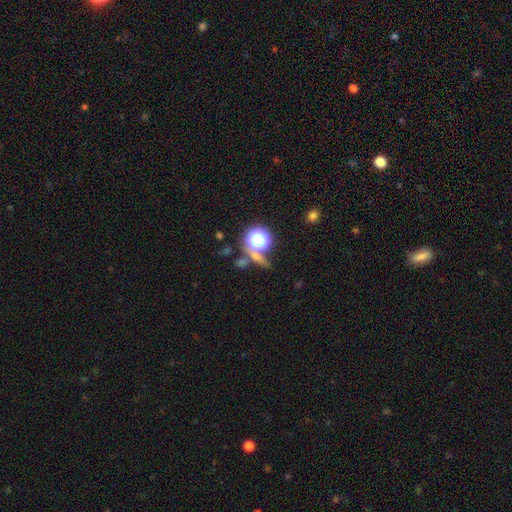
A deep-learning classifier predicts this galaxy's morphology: This appears to be a smooth galaxy with no disk features (47%). Merging: none (64%).